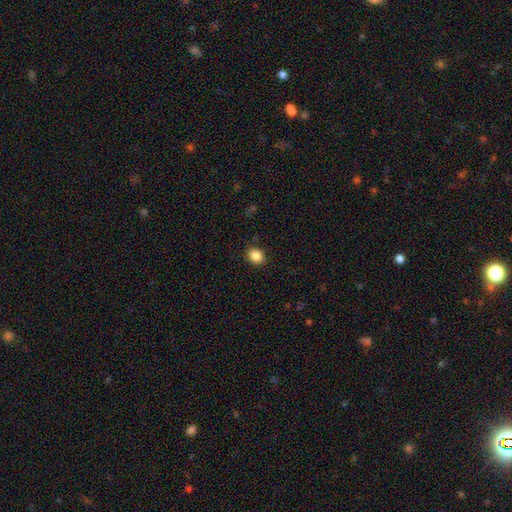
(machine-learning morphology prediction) Q: Smooth or featured?
A: smooth (87%); runner-up: star or artifact (9%)
Q: How rounded?
A: round (59%); runner-up: in between (40%)
Q: Merging?
A: none (89%); runner-up: minor disturbance (8%)